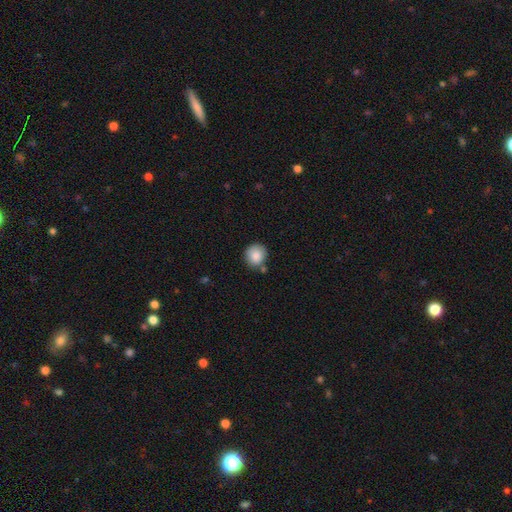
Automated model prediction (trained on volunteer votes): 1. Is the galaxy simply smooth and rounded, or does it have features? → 86% smooth, 8% star or artifact, 6% featured or disk.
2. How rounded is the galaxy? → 88% round, 11% in between, 1% cigar-shaped.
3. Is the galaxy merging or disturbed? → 75% none, 12% minor disturbance, 10% merger, 3% major disturbance.